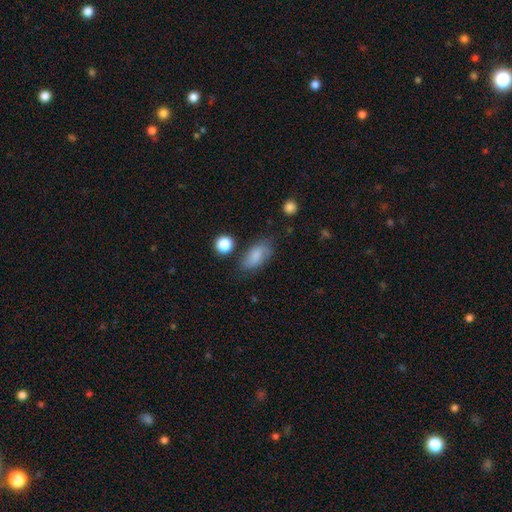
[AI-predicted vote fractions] Smooth or featured? Predicted: smooth (p=0.78). How rounded? Predicted: in between (p=0.89). Merging? Predicted: none (p=0.69).